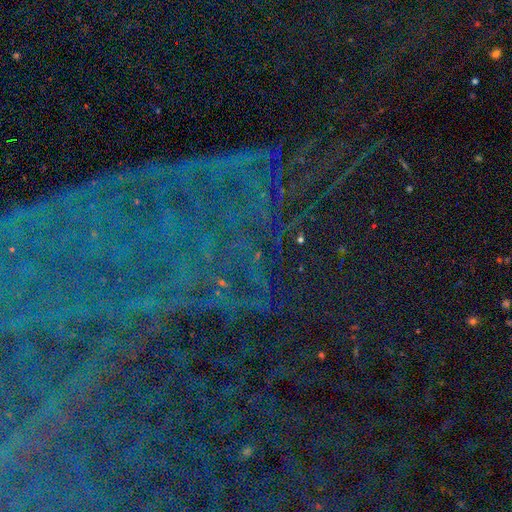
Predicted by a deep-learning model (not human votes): star or artifact 86%, featured or disk 8%, smooth 7%.